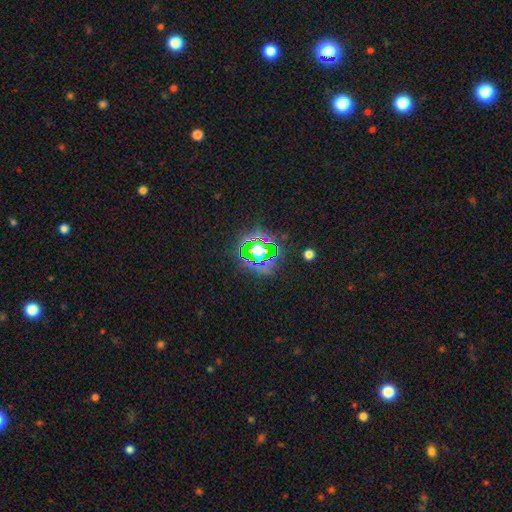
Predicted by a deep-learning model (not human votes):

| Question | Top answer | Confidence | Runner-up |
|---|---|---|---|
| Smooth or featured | star or artifact | 62% | smooth (24%) |